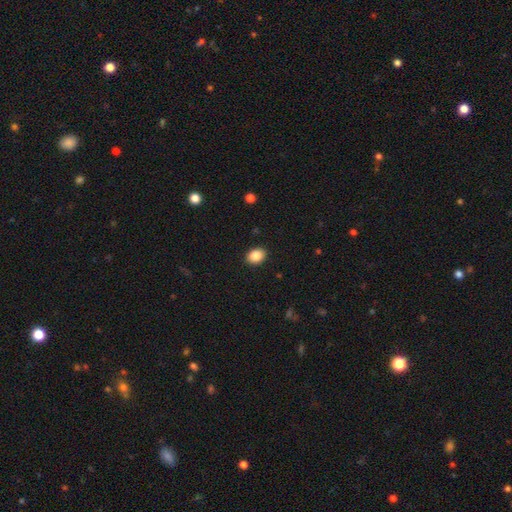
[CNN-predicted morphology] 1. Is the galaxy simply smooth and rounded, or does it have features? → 87% smooth, 8% star or artifact, 5% featured or disk.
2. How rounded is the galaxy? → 61% in between, 38% round, 1% cigar-shaped.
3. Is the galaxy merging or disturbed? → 90% none, 7% minor disturbance, 2% major disturbance, 1% merger.